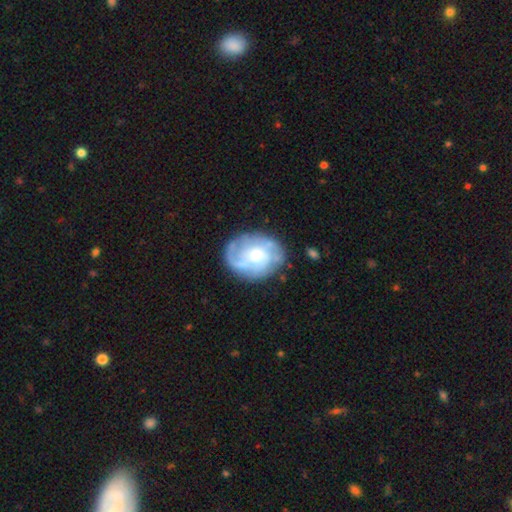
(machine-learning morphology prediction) This is likely a featured or disk galaxy (78%). It is clearly not viewed edge-on (97%). Bar: likely no (70%). Spiral arm pattern: clearly yes (90%). Spiral arm count: marginally 2 (30%). Spiral winding: possibly tight (46%). Central bulge: possibly moderate (53%). Merging: likely none (74%).